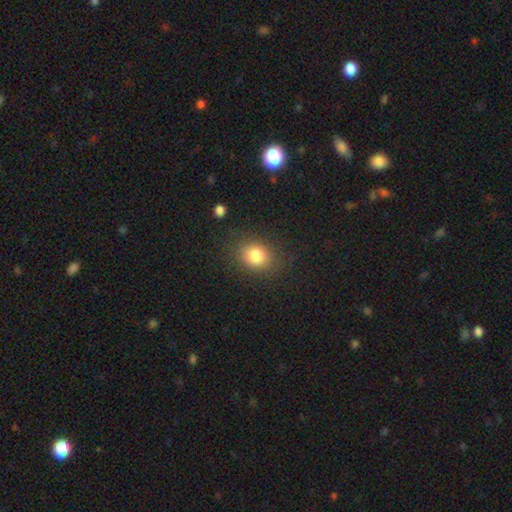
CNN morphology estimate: The model was most divided on "how rounded": round: 58%, in between: 41%, cigar-shaped: 1%. More confident: merging — none (83%); smooth or featured — smooth (83%).